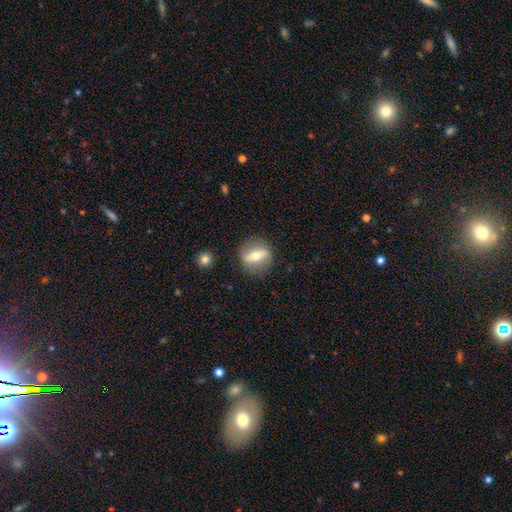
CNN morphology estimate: smooth-or-featured: featured or disk: 58% | smooth: 34% | star or artifact: 8%
  disk-edge-on: no: 53% | yes: 47%
  merging: none: 85% | minor disturbance: 10% | major disturbance: 4% | merger: 2%